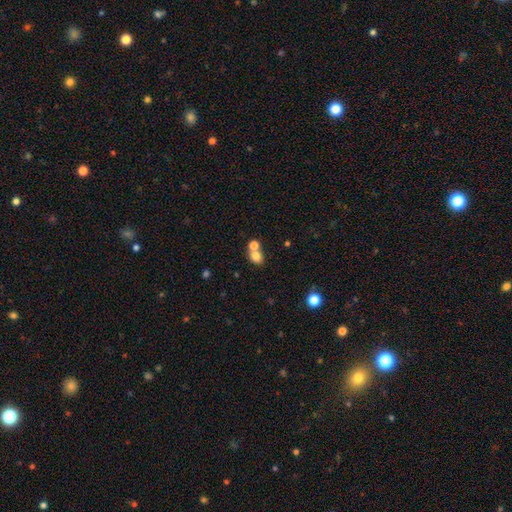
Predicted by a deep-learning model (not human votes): Smooth or featured? Predicted: smooth (p=0.78). How rounded? Predicted: round (p=0.55). Merging? Predicted: merger (p=0.48).